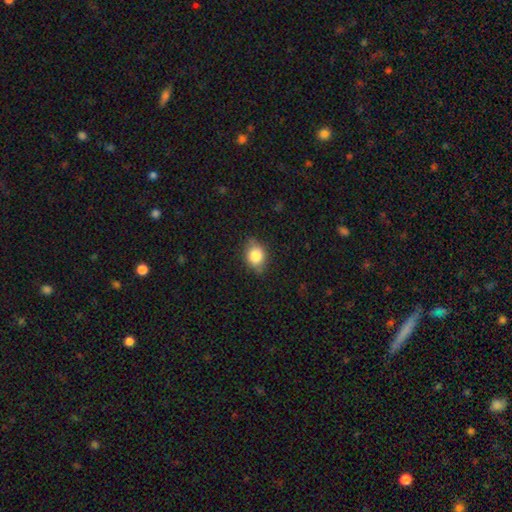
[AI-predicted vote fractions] smooth 80%, featured or disk 11%, star or artifact 9%. Down the decision tree: how rounded — in between (59%); merging — none (77%).